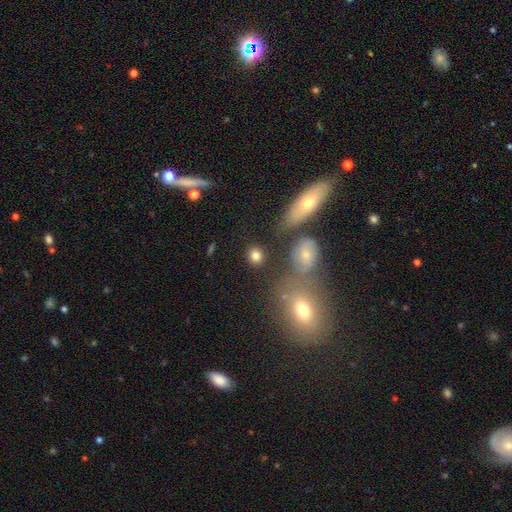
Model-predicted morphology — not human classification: Smooth or featured: smooth — 82% (star or artifact — 10%)
How rounded: round — 76% (in between — 22%)
Merging: none — 78% (minor disturbance — 9%)